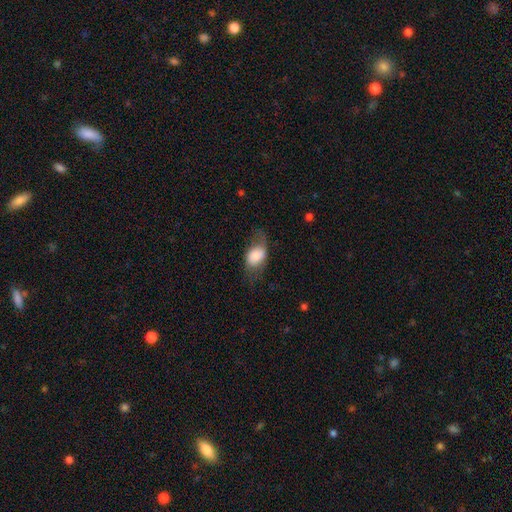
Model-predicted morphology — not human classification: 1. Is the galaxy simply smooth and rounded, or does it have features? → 69% smooth, 24% featured or disk, 7% star or artifact.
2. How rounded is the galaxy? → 82% in between, 16% round, 2% cigar-shaped.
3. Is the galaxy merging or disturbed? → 48% none, 29% minor disturbance, 21% major disturbance, 2% merger.